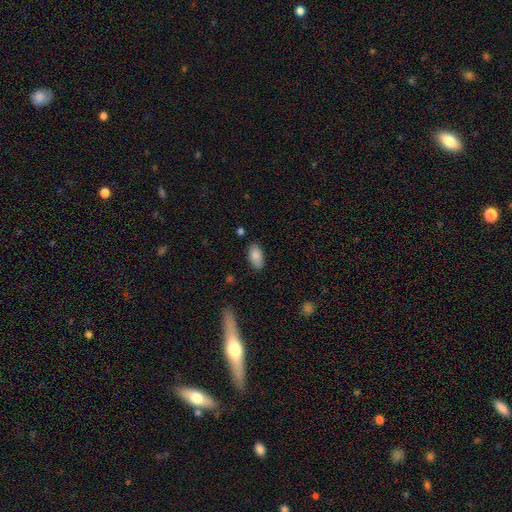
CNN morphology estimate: Smooth or featured: smooth — 87% (star or artifact — 7%)
How rounded: in between — 93% (cigar-shaped — 4%)
Merging: none — 82% (minor disturbance — 13%)